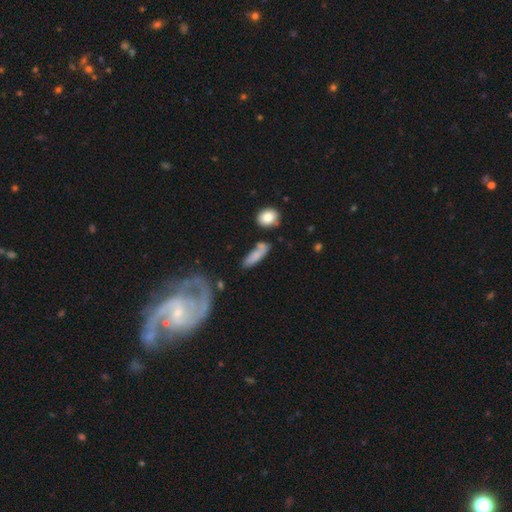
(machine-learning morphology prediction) Q: Smooth or featured?
A: smooth (71%); runner-up: featured or disk (21%)
Q: How rounded?
A: cigar-shaped (52%); runner-up: in between (44%)
Q: Merging?
A: none (54%); runner-up: minor disturbance (21%)